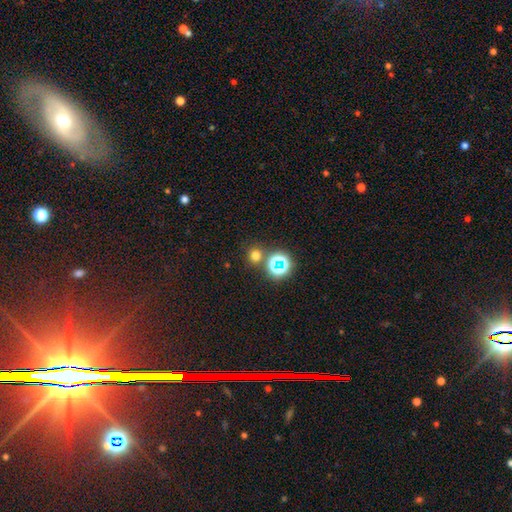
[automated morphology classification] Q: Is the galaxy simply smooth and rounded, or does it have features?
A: smooth — 65%.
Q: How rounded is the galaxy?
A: round — 90%.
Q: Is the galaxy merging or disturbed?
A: none — 79%.